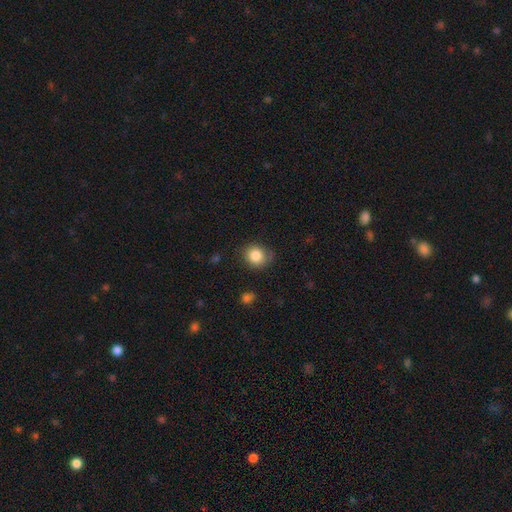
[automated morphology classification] This appears to be a smooth galaxy with no disk features (84%) that is round (78%). Merging: none (74%).